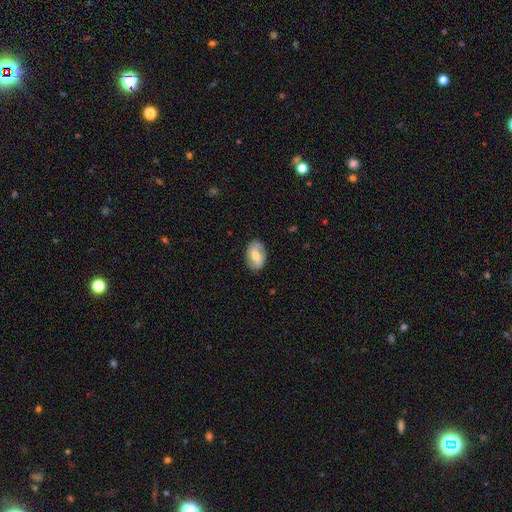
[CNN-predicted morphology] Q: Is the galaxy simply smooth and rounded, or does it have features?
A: smooth — 51%.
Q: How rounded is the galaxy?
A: in between — 85%.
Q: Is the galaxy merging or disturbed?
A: none — 84%.